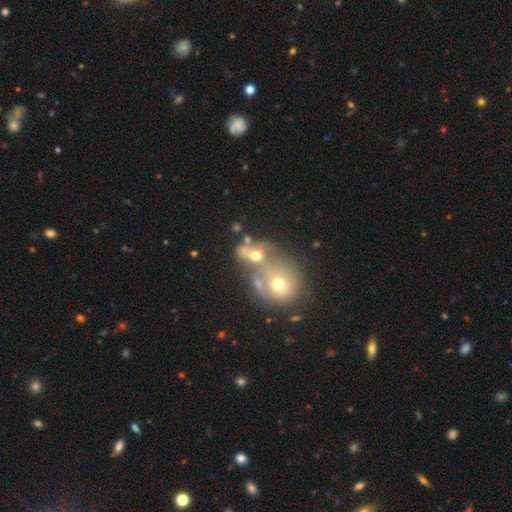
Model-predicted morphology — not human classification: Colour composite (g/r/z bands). It shows a smooth galaxy with no disk features (53%) that is round (55%). Merging: merger (70%).